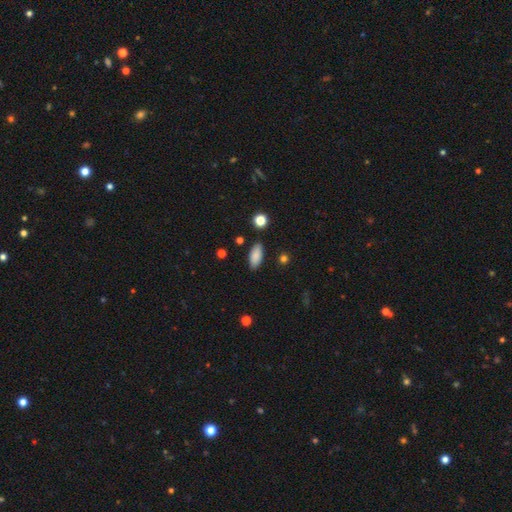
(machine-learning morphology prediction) This appears to be a smooth galaxy with no disk features (86%) that is in between round and cigar-shaped (84%). Merging: none (86%).